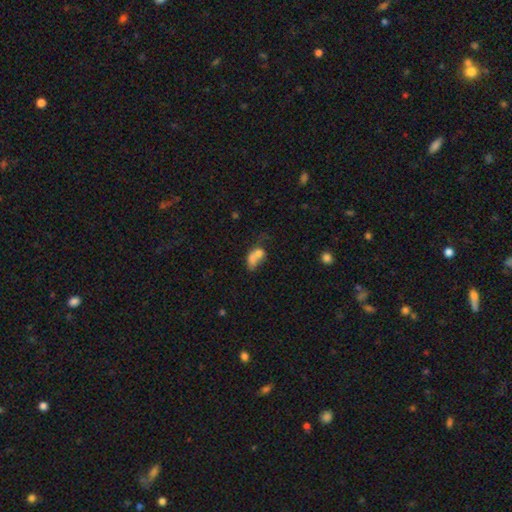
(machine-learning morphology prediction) This appears to be a smooth galaxy with no disk features (68%) that is in between round and cigar-shaped (68%). Merging: merger (59%).